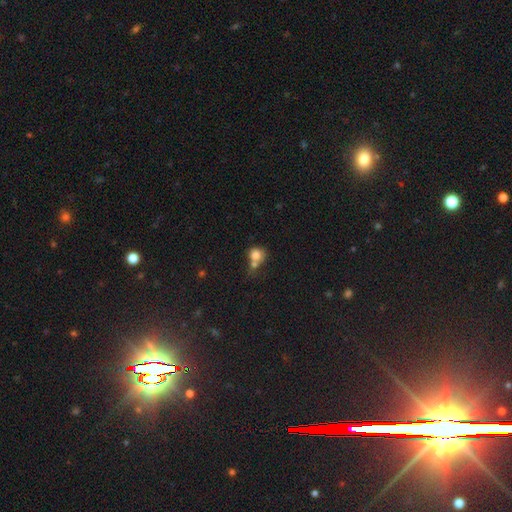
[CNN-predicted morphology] A smooth galaxy with no disk features (78%) that is round (80%). Merging: merger (48%).